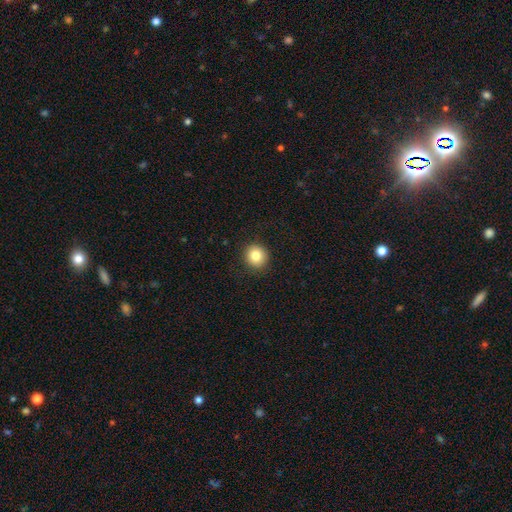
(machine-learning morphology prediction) smooth 83%, star or artifact 10%, featured or disk 7%. Down the decision tree: how rounded — round (92%); merging — none (92%).